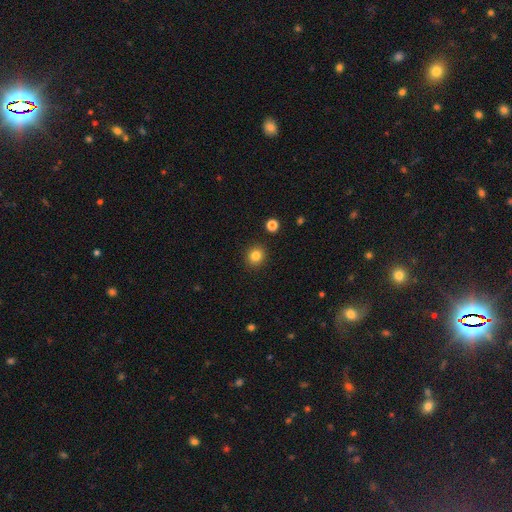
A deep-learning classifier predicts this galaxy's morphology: The model was most divided on "smooth or featured": smooth: 83%, star or artifact: 12%, featured or disk: 5%. More confident: merging — none (91%); how rounded — round (87%).